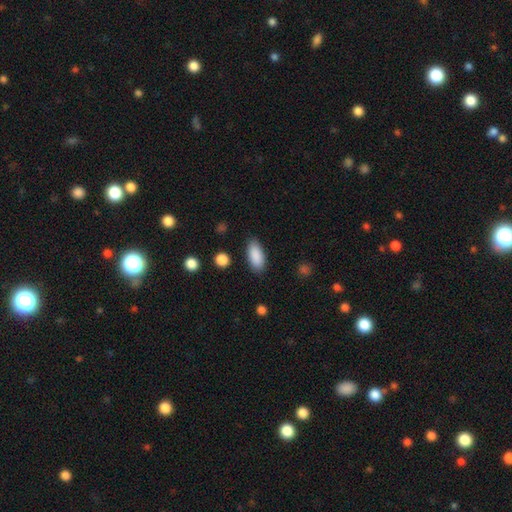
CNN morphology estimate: Overall: smooth (89%). How rounded: in between (89%). Merging: none (86%).